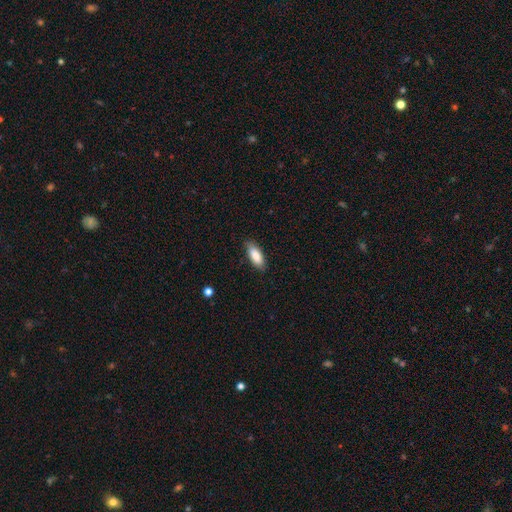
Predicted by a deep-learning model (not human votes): Overall: smooth (85%). How rounded: in between (76%). Merging: none (83%).